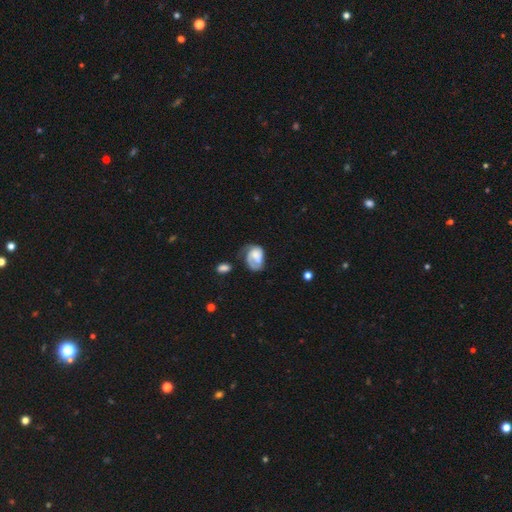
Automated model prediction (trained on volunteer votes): Smooth or featured: featured or disk — 50% (smooth — 42%)
Edge-on disk: no — 97% (yes — 3%)
Merging: major disturbance — 37% (none — 29%)